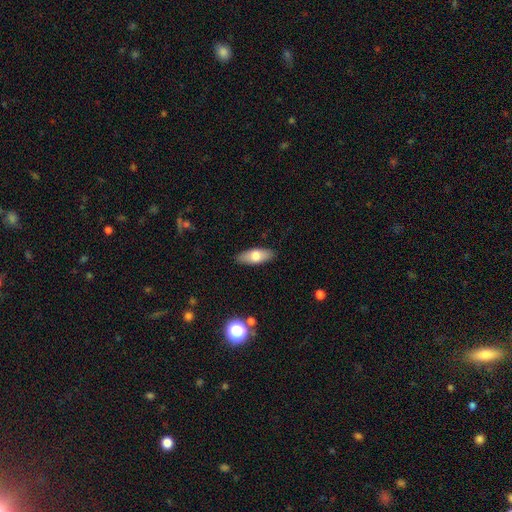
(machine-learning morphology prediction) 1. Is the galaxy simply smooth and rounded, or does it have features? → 71% smooth, 23% featured or disk, 7% star or artifact.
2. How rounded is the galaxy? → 75% in between, 22% cigar-shaped, 3% round.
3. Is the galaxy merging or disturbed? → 88% none, 9% minor disturbance, 2% major disturbance, 1% merger.